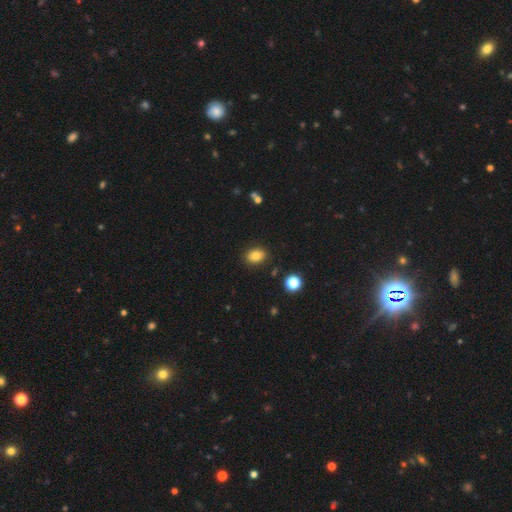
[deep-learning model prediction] smooth-or-featured: smooth: 81% | star or artifact: 11% | featured or disk: 8%
  how-rounded: in between: 70% | round: 28% | cigar-shaped: 1%
  merging: none: 87% | minor disturbance: 9% | major disturbance: 2% | merger: 2%